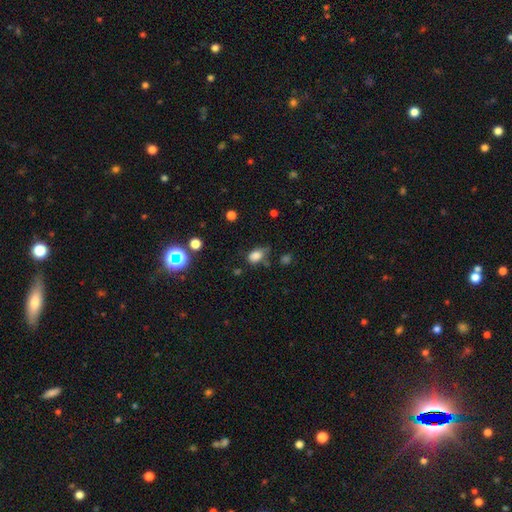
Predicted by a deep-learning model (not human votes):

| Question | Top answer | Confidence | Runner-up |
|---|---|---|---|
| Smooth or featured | smooth | 81% | star or artifact (12%) |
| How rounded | in between | 81% | round (17%) |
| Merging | none | 51% | minor disturbance (33%) |